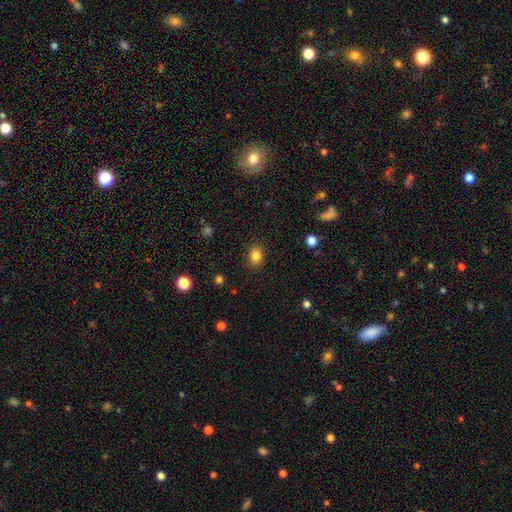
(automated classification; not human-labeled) A smooth galaxy with no disk features (84%) that is in between round and cigar-shaped (62%).

Vote fractions:
- Smooth or featured? smooth: 84% / star or artifact: 11% / featured or disk: 5%
- How rounded? in between: 62% / round: 36% / cigar-shaped: 1%
- Merging? none: 86% / minor disturbance: 10% / major disturbance: 3% / merger: 1%